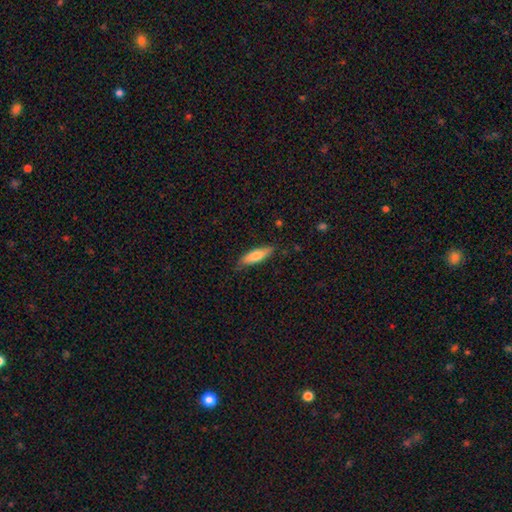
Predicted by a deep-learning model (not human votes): smooth-or-featured: smooth: 73% | featured or disk: 21% | star or artifact: 6%
  how-rounded: cigar-shaped: 62% | in between: 37% | round: 2%
  merging: none: 81% | minor disturbance: 15% | major disturbance: 3% | merger: 1%